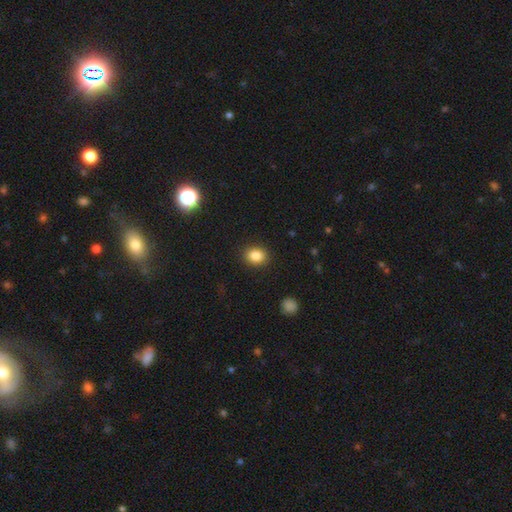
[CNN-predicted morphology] Smooth or featured: smooth — 85% (star or artifact — 10%)
How rounded: round — 58% (in between — 41%)
Merging: none — 90% (minor disturbance — 7%)